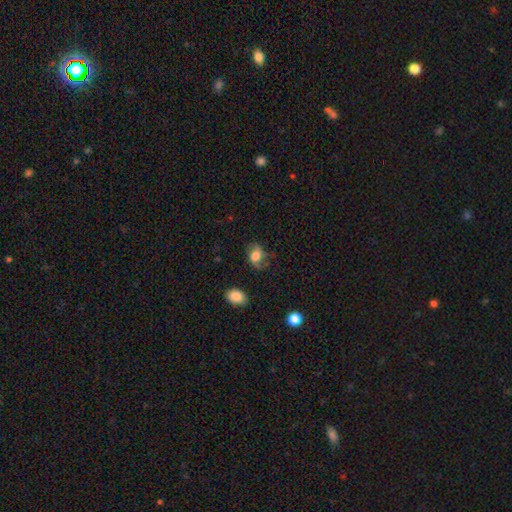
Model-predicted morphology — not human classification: Overall: smooth (57%; featured or disk 33%). How rounded: in between (68%; round 30%). Merging: none (60%; minor disturbance 25%).